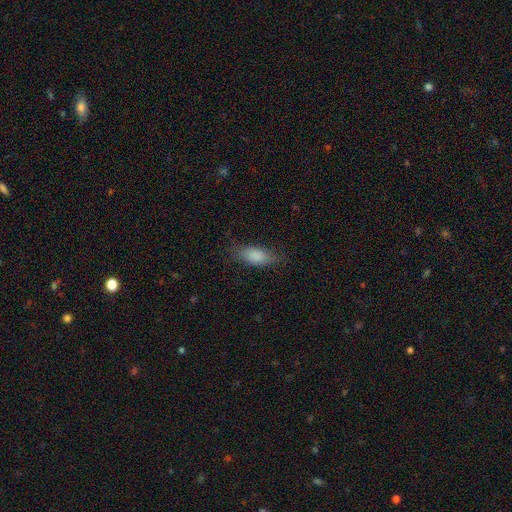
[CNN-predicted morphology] Q: Smooth or featured?
A: smooth (85%); runner-up: featured or disk (8%)
Q: How rounded?
A: in between (82%); runner-up: cigar-shaped (16%)
Q: Merging?
A: none (75%); runner-up: minor disturbance (19%)